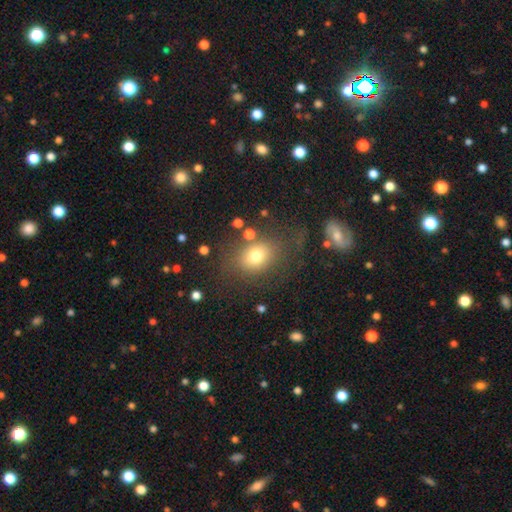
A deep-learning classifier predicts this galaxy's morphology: Overall: smooth (73%). How rounded: in between (52%; round 46%). Merging: none (66%).